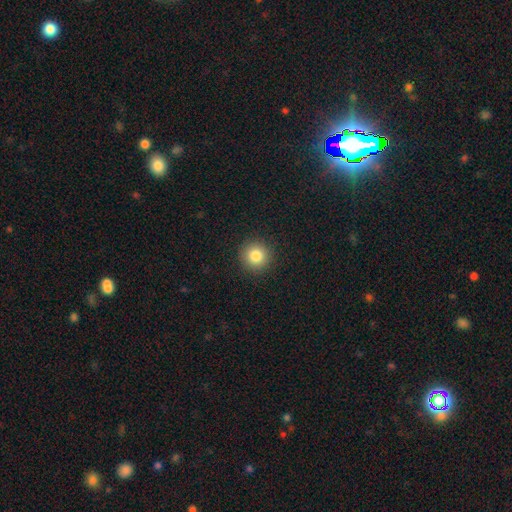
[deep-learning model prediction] This appears to be a smooth galaxy with no disk features (83%) that is round (95%). Merging: none (92%).